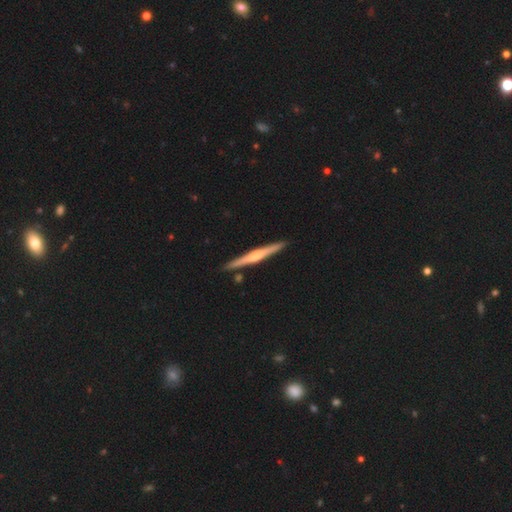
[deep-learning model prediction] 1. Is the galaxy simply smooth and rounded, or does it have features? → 70% featured or disk, 25% smooth, 5% star or artifact.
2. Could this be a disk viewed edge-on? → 98% yes, 2% no.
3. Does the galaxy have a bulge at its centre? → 76% rounded, 13% none, 11% boxy.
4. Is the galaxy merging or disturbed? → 90% none, 7% minor disturbance, 3% merger, 1% major disturbance.